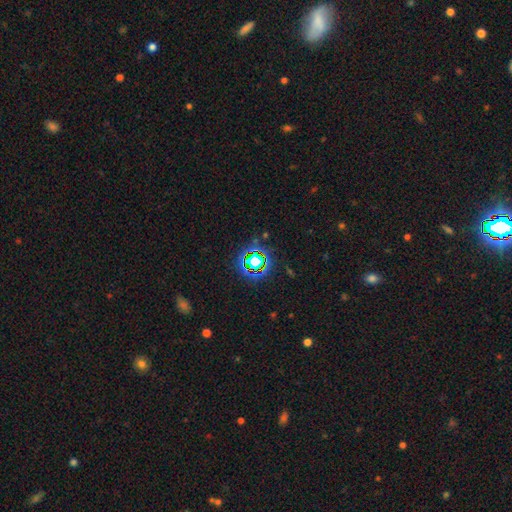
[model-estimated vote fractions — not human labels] smooth_or_featured: star or artifact (p=0.73) [alt: smooth p=0.16]